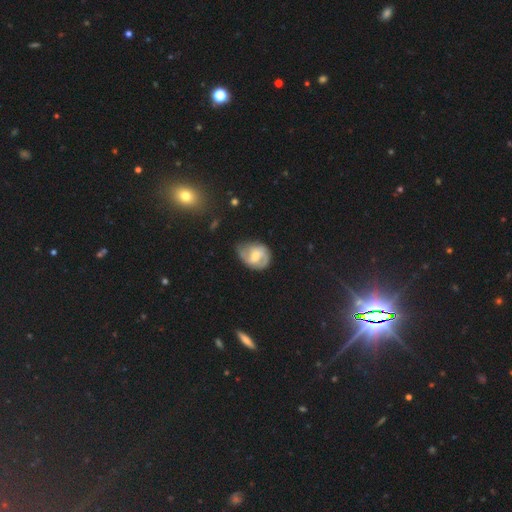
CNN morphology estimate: Q: Smooth or featured?
A: featured or disk (58%); runner-up: smooth (35%)
Q: Edge-on disk?
A: no (97%); runner-up: yes (3%)
Q: Bar?
A: weak (50%); runner-up: no (33%)
Q: Spiral arms?
A: yes (79%); runner-up: no (21%)
Q: Bulge size?
A: moderate (54%); runner-up: small (34%)
Q: Merging?
A: none (51%); runner-up: minor disturbance (33%)